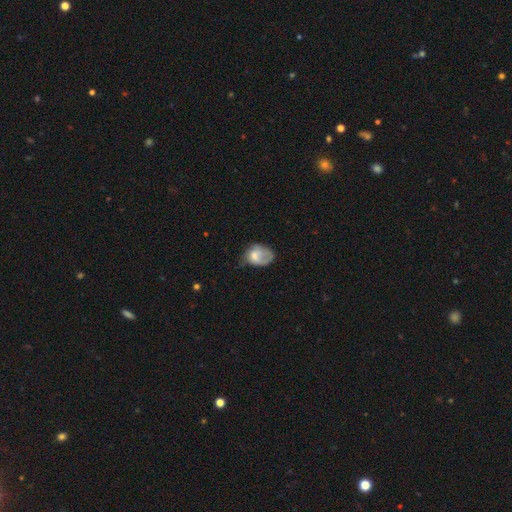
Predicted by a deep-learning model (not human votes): Morphology: type=smooth (62%); roundness=in between (73%); merging=minor disturbance (36%).